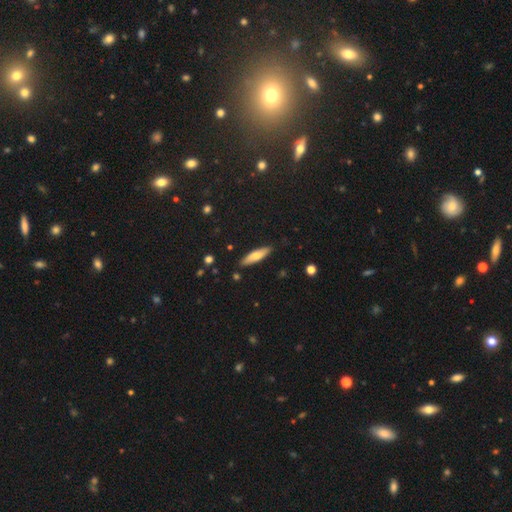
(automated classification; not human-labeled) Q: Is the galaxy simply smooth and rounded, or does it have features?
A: smooth — 67%.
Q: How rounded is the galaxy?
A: cigar-shaped — 68%.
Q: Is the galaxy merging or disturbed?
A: none — 88%.